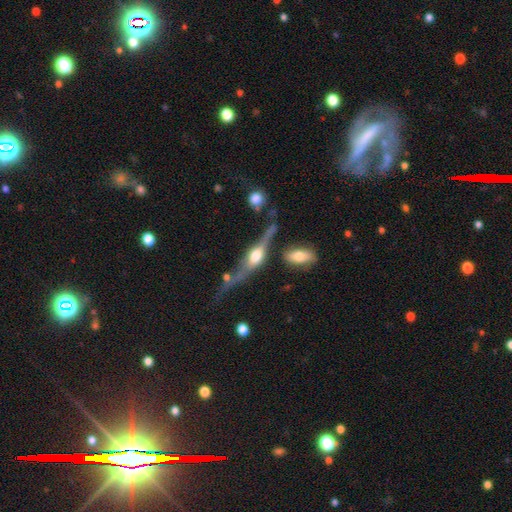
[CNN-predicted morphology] Smooth or featured? featured or disk (79%)
Edge-on disk? yes (91%)
Edge-on bulge? rounded (91%)
Merging? none (59%)